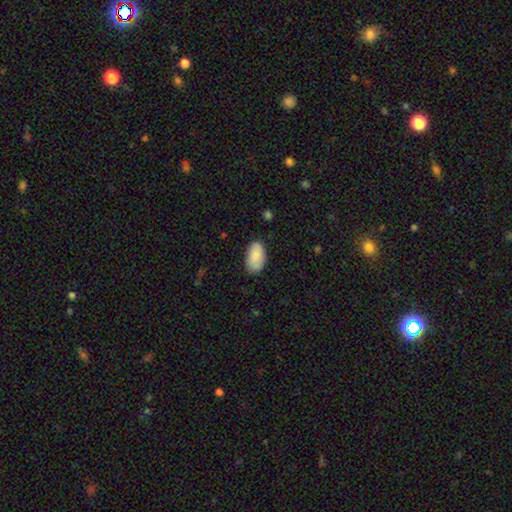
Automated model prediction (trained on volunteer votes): Overall: smooth (83%). How rounded: in between (95%). Merging: none (81%).